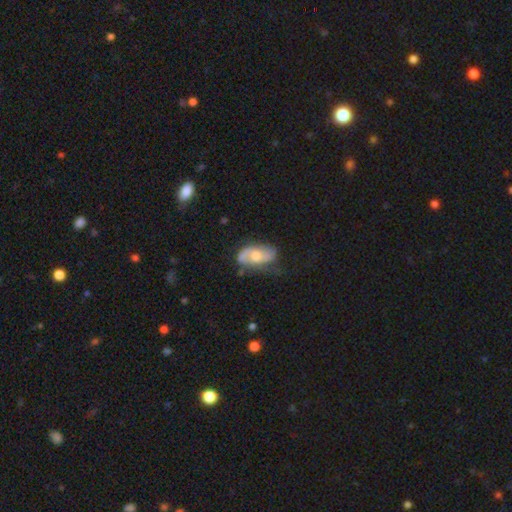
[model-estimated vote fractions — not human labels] smooth_or_featured: featured or disk (p=0.60) [alt: smooth p=0.34]
disk_edge_on: no (p=0.94) [alt: yes p=0.06]
bar: no (p=0.62) [alt: weak p=0.32]
has_spiral_arms: yes (p=0.82) [alt: no p=0.18]
bulge_size: moderate (p=0.62) [alt: small p=0.27]
merging: none (p=0.51) [alt: minor disturbance p=0.30]